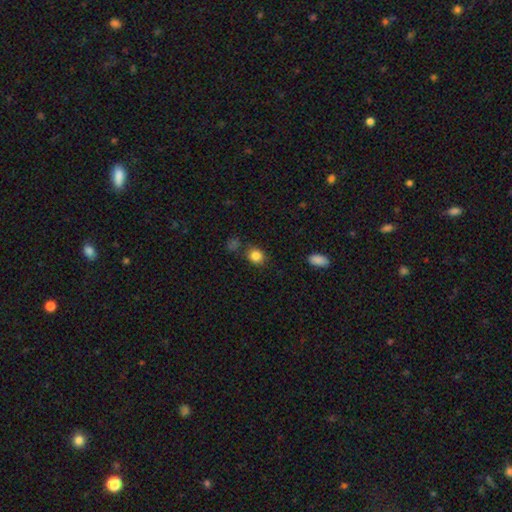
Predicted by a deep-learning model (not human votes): The model was most divided on "how rounded": round: 68%, in between: 31%, cigar-shaped: 1%. More confident: smooth or featured — smooth (85%); merging — none (78%).